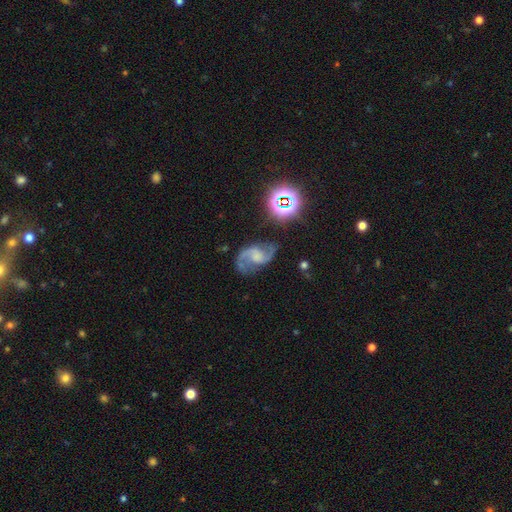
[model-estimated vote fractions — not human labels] featured or disk 84%, star or artifact 9%, smooth 8%. Down the decision tree: edge-on disk — no (98%); bar — no (47%); spiral arms — yes (96%); spiral arm count — 2 (92%); spiral winding — loose (46%); bulge size — none (40%); merging — none (69%).